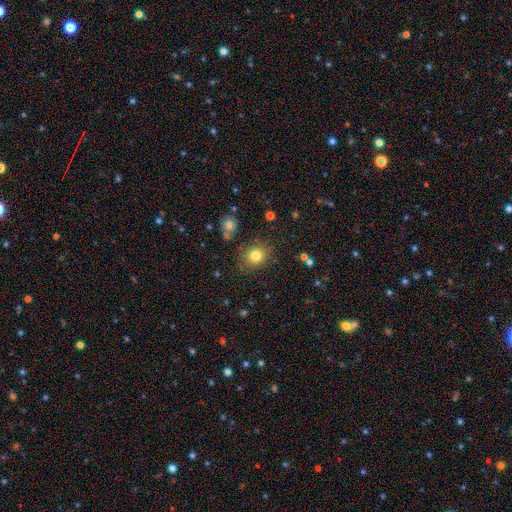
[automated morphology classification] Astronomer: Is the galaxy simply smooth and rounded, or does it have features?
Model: smooth — 80%.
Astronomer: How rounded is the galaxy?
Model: round — 72%.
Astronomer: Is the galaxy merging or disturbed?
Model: none — 82%.